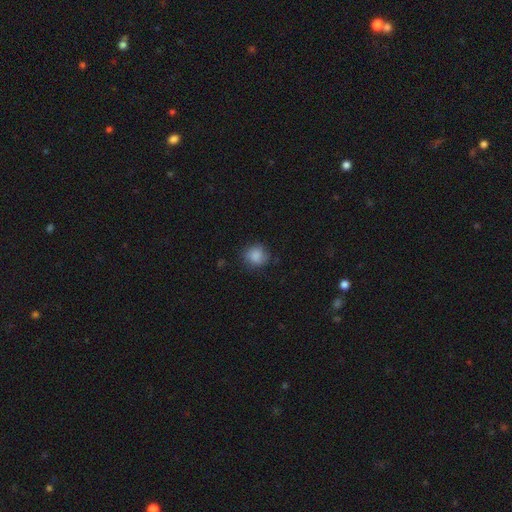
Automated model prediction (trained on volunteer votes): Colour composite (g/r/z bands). It shows a smooth galaxy with no disk features (84%) that is round (81%). Merging: none (75%).